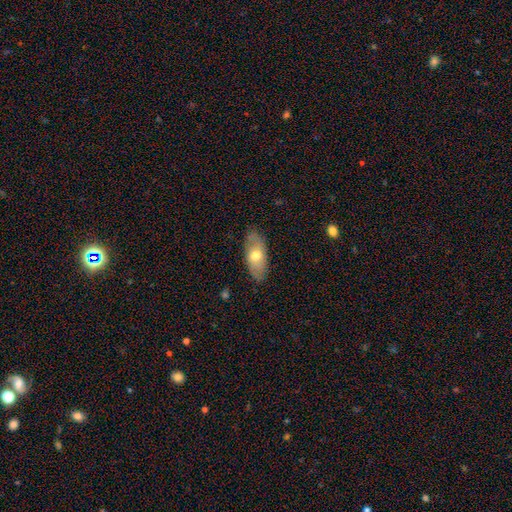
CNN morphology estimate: This appears to be a smooth galaxy with no disk features (60%) that is in between round and cigar-shaped (84%). Merging: none (83%).